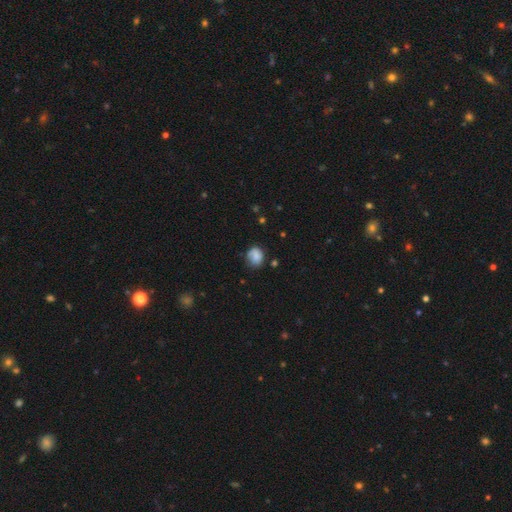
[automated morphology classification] Smooth or featured? smooth (76%)
How rounded? round (62%)
Merging? none (63%)